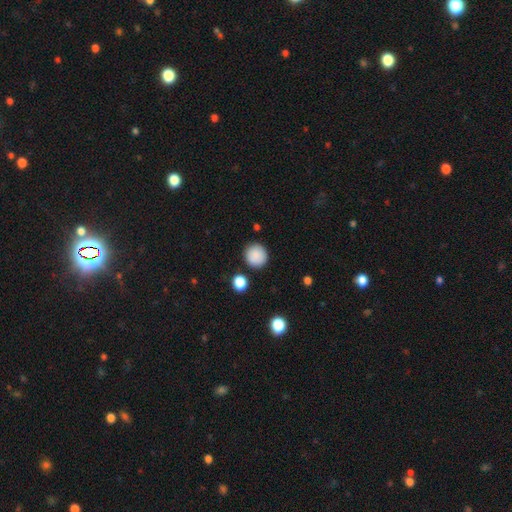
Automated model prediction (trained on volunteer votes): smooth_or_featured: smooth (p=0.88) [alt: star or artifact p=0.08]
how_rounded: round (p=0.92) [alt: in between p=0.07]
merging: none (p=0.88) [alt: minor disturbance p=0.08]